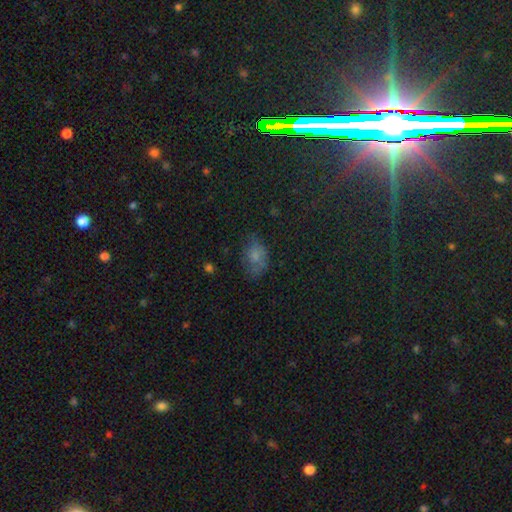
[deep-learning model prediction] smooth_or_featured: smooth (p=0.67) [alt: star or artifact p=0.17]
how_rounded: in between (p=0.80) [alt: round p=0.19]
merging: none (p=0.55) [alt: minor disturbance p=0.29]